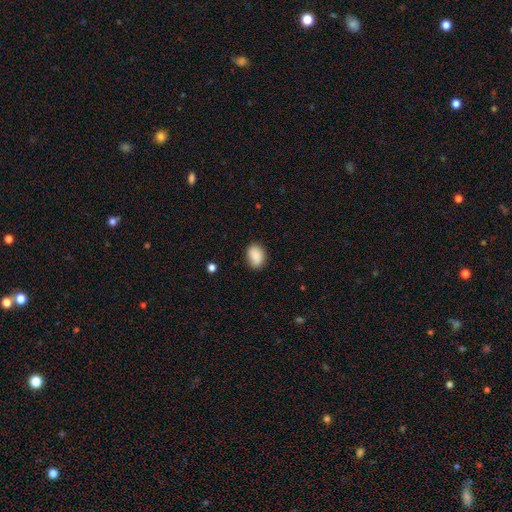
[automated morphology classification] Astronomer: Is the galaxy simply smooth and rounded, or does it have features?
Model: smooth — 88%.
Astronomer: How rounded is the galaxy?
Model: in between — 75%.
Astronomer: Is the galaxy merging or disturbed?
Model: none — 78%.